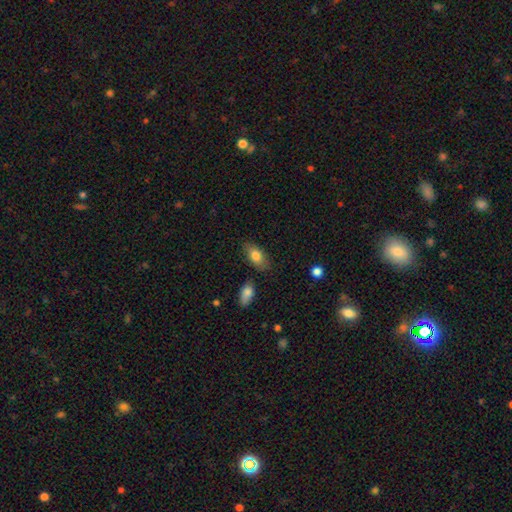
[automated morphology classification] Smooth or featured? smooth (80%)
How rounded? in between (90%)
Merging? none (79%)